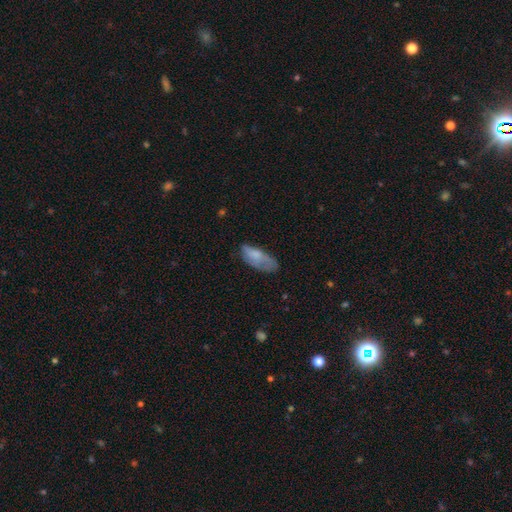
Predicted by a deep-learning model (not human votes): Morphology: type=smooth (71%); roundness=in between (83%); merging=none (43%).